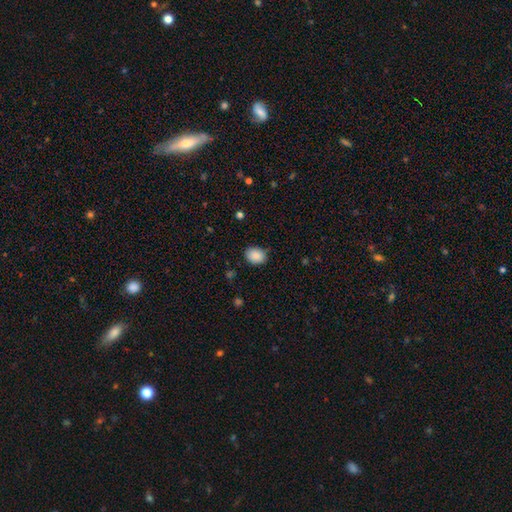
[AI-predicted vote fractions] Smooth or featured? Predicted: smooth (p=0.88). How rounded? Predicted: in between (p=0.64). Merging? Predicted: none (p=0.80).